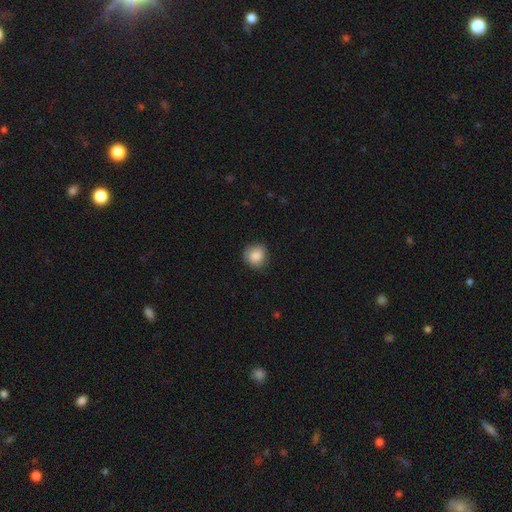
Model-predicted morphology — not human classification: Smooth or featured?
  - smooth: 86% *
  - star or artifact: 8%
  - featured or disk: 6%
How rounded?
  - round: 85% *
  - in between: 14%
  - cigar-shaped: 1%
Merging?
  - none: 75% *
  - minor disturbance: 20%
  - major disturbance: 4%
  - merger: 1%